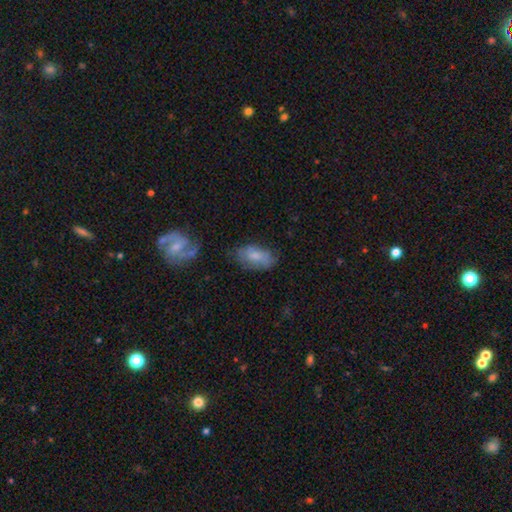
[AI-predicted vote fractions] Morphology: type=smooth (70%); roundness=in between (92%); merging=none (61%).